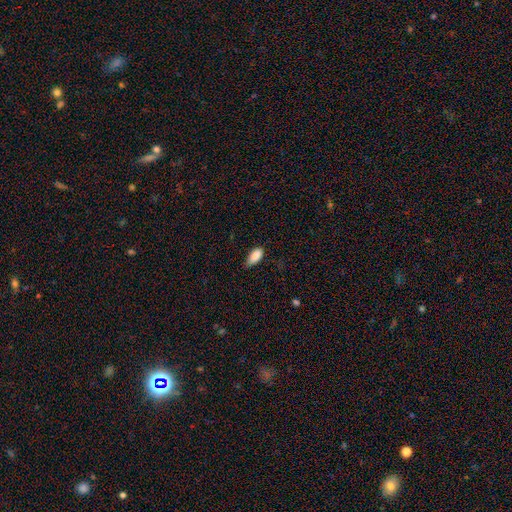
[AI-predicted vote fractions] Q: Smooth or featured?
A: smooth (88%); runner-up: star or artifact (7%)
Q: How rounded?
A: in between (91%); runner-up: cigar-shaped (6%)
Q: Merging?
A: none (58%); runner-up: minor disturbance (35%)